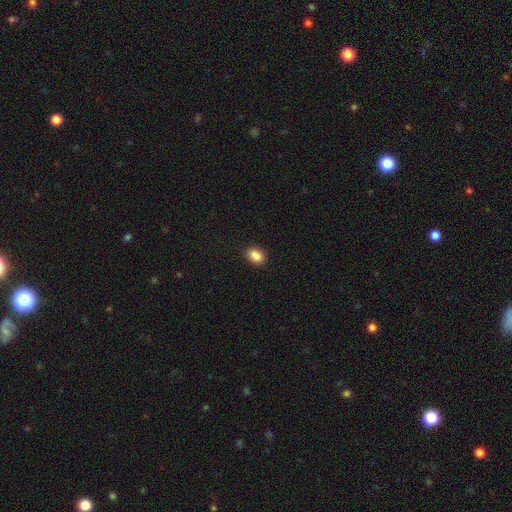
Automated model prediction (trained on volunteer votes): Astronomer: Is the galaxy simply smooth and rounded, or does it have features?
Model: smooth — 84%.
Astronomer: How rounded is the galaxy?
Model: in between — 73%.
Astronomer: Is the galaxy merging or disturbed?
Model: none — 71%.